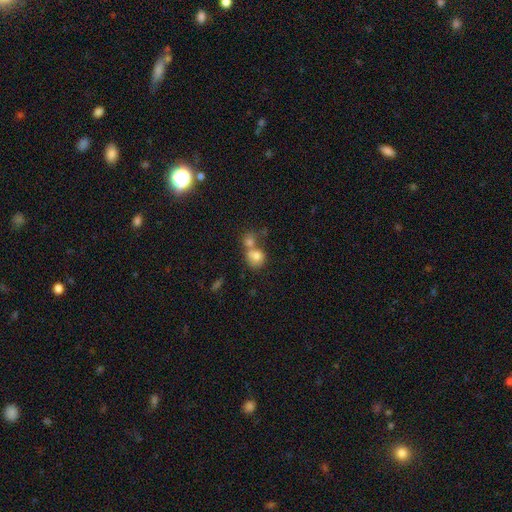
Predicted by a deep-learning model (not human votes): Smooth or featured?
  - smooth: 75% *
  - featured or disk: 14%
  - star or artifact: 11%
How rounded?
  - round: 75% *
  - in between: 24%
  - cigar-shaped: 1%
Merging?
  - merger: 58% *
  - none: 30%
  - minor disturbance: 8%
  - major disturbance: 4%